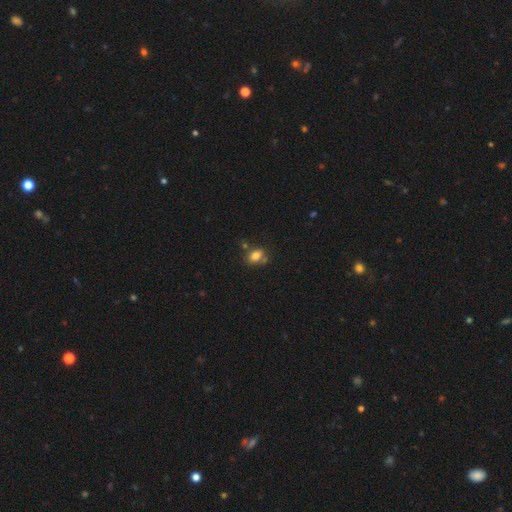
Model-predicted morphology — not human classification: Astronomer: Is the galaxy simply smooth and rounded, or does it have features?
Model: smooth — 80%.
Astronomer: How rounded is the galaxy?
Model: in between — 71%.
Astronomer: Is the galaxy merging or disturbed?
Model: none — 62%.